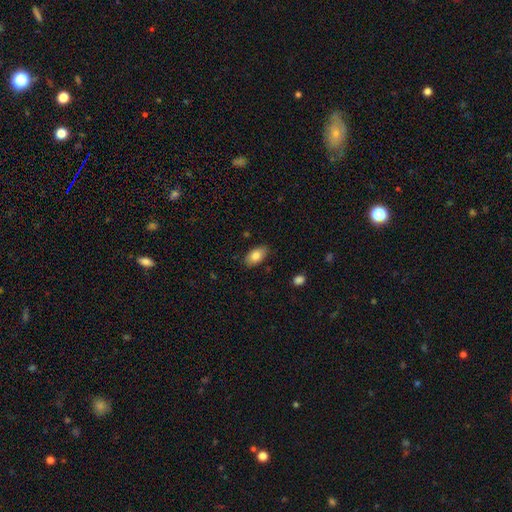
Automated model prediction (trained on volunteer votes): smooth-or-featured: smooth: 84% | featured or disk: 9% | star or artifact: 7%
  how-rounded: in between: 92% | round: 5% | cigar-shaped: 3%
  merging: none: 85% | minor disturbance: 11% | major disturbance: 2% | merger: 1%